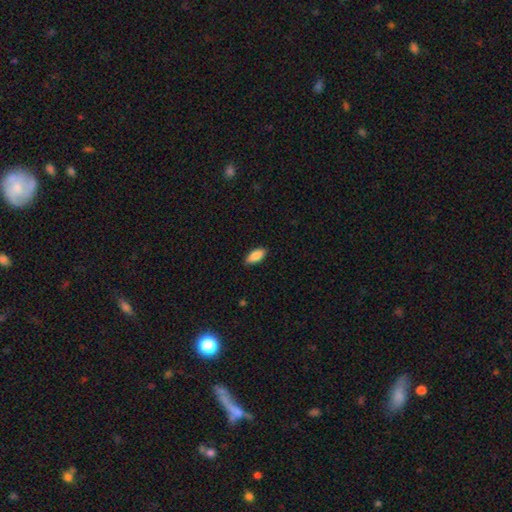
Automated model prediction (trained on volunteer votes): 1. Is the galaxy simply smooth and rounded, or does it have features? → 88% smooth, 6% star or artifact, 6% featured or disk.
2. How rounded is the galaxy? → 89% in between, 9% cigar-shaped, 2% round.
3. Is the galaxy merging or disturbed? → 87% none, 10% minor disturbance, 2% major disturbance, 1% merger.